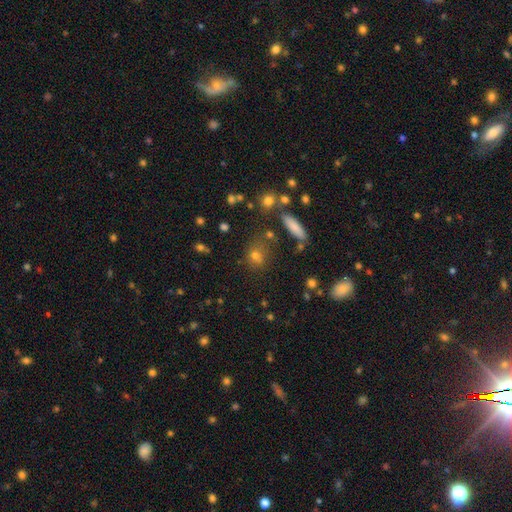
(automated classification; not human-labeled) smooth 65%, star or artifact 24%, featured or disk 11%. Down the decision tree: how rounded — round (60%); merging — none (69%).